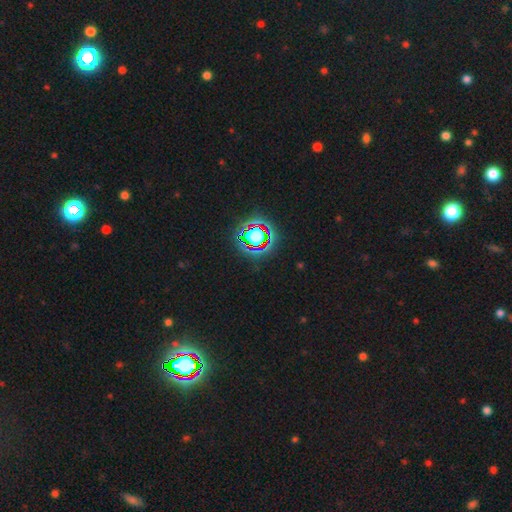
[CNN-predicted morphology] smooth-or-featured: star or artifact: 81% | smooth: 11% | featured or disk: 8%